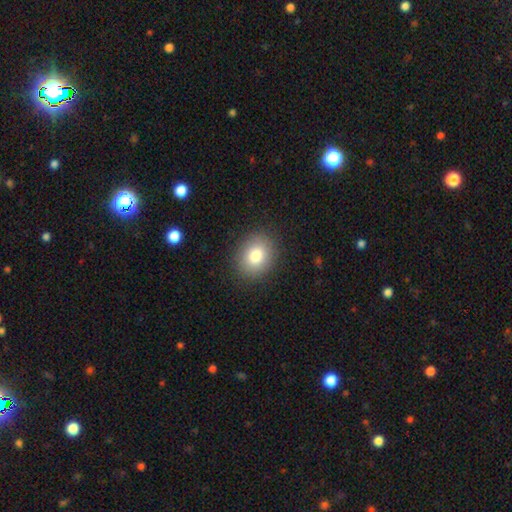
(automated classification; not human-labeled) Smooth or featured?
  - smooth: 83% *
  - star or artifact: 9%
  - featured or disk: 8%
How rounded?
  - round: 56% *
  - in between: 43%
  - cigar-shaped: 1%
Merging?
  - none: 88% *
  - minor disturbance: 8%
  - major disturbance: 3%
  - merger: 1%